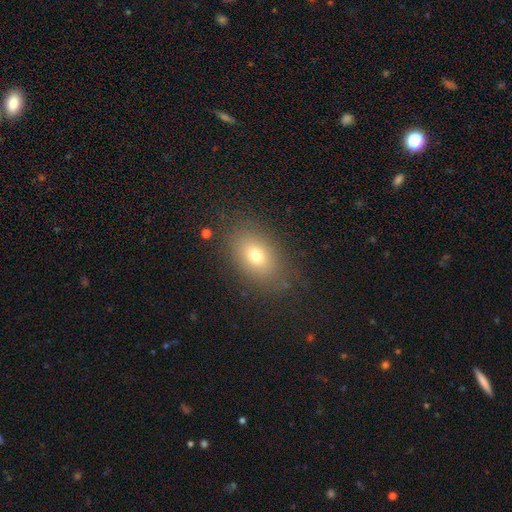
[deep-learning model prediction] This is likely a smooth galaxy (72%). How rounded: likely in between (79%). Merging: clearly none (82%).